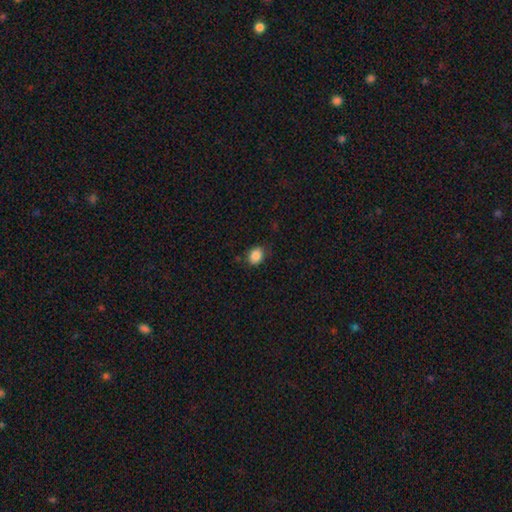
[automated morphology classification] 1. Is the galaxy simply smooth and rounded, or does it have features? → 87% smooth, 9% star or artifact, 4% featured or disk.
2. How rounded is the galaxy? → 55% in between, 44% round, 1% cigar-shaped.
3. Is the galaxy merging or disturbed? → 79% none, 16% minor disturbance, 4% major disturbance, 2% merger.